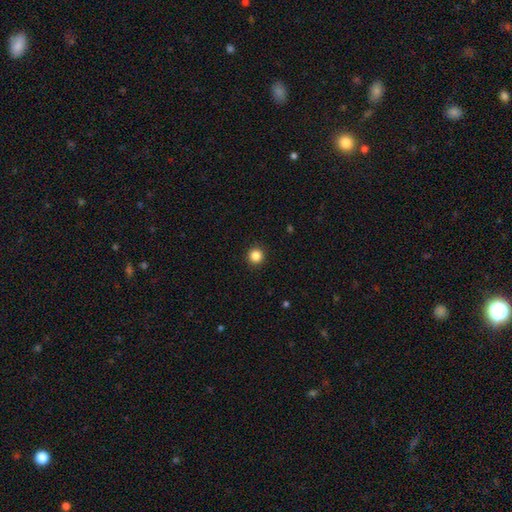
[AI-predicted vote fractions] smooth_or_featured: smooth (p=0.85) [alt: star or artifact p=0.11]
how_rounded: round (p=0.96) [alt: in between p=0.03]
merging: none (p=0.93) [alt: minor disturbance p=0.04]